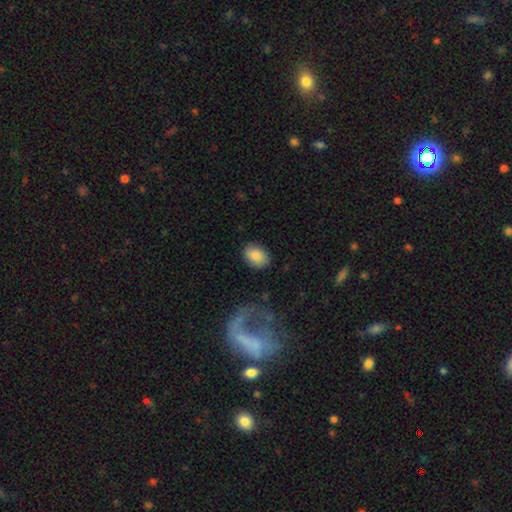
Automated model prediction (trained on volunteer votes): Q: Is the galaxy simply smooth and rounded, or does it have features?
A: smooth — 85%.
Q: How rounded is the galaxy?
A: in between — 78%.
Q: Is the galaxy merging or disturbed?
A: none — 84%.